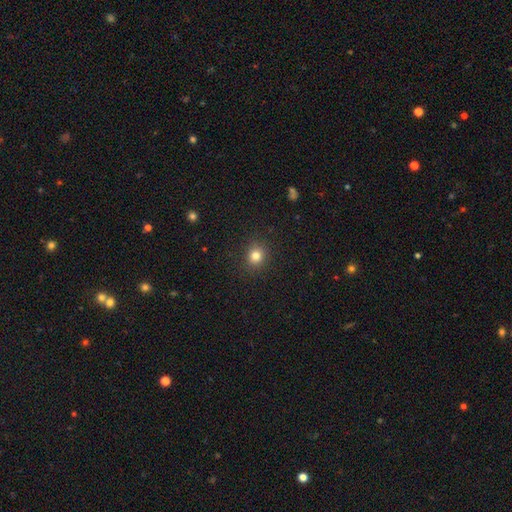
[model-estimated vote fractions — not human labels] smooth_or_featured: smooth (p=0.81) [alt: star or artifact p=0.13]
how_rounded: round (p=0.82) [alt: in between p=0.17]
merging: none (p=0.90) [alt: minor disturbance p=0.07]